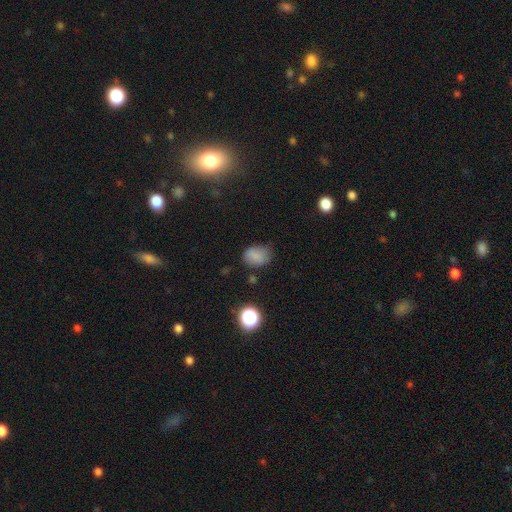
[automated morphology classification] smooth 80%, star or artifact 13%, featured or disk 7%. Down the decision tree: how rounded — in between (68%); merging — none (67%).